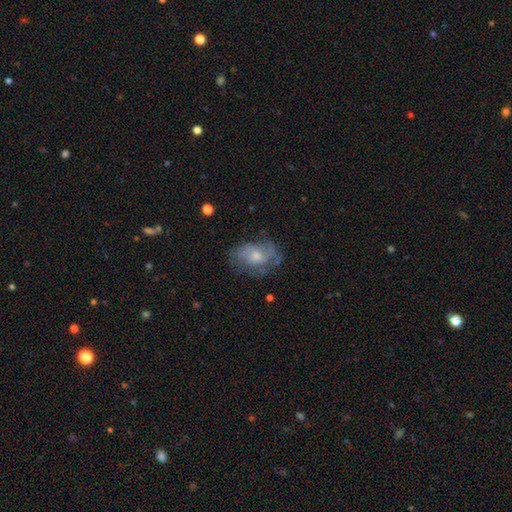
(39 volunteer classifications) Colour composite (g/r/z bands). It shows a featured or disk galaxy (62%) with no bar (83%), tight (43%) spiral arms (58%) and a small central bulge (50%). Merging: none (67%).